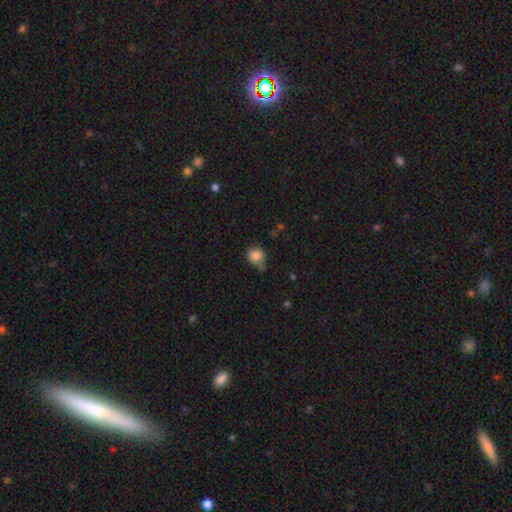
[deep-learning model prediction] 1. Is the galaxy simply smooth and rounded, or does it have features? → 85% smooth, 10% star or artifact, 5% featured or disk.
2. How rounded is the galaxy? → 85% round, 14% in between, 1% cigar-shaped.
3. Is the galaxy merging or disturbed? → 61% none, 21% minor disturbance, 13% merger, 6% major disturbance.